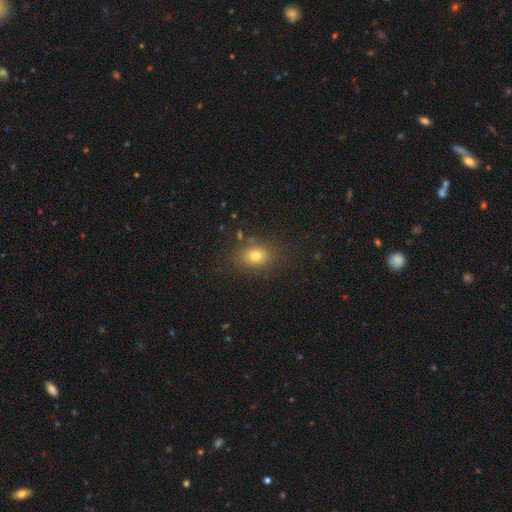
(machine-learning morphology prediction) This appears to be a smooth galaxy with no disk features (76%) that is in between round and cigar-shaped (57%). Merging: none (83%).